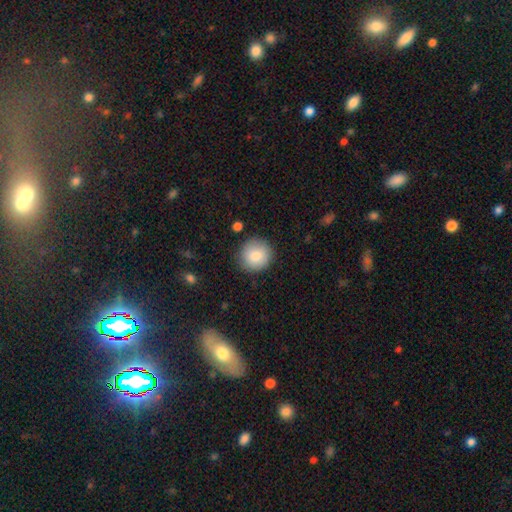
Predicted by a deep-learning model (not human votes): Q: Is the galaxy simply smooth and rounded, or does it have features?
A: smooth — 83%.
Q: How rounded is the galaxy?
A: round — 91%.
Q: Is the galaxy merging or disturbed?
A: none — 86%.